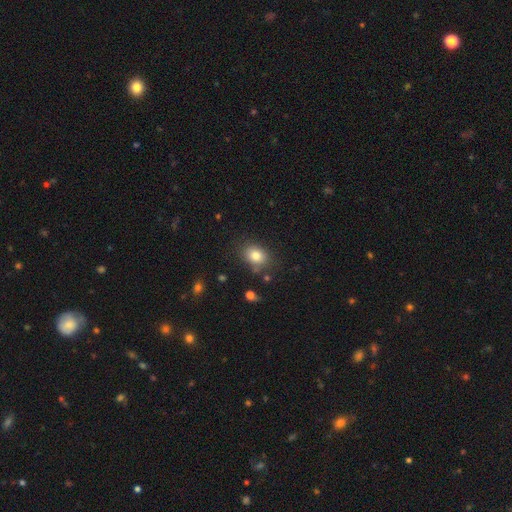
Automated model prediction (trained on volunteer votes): This is clearly a smooth galaxy (81%). How rounded: possibly in between (57%). Merging: likely none (78%).